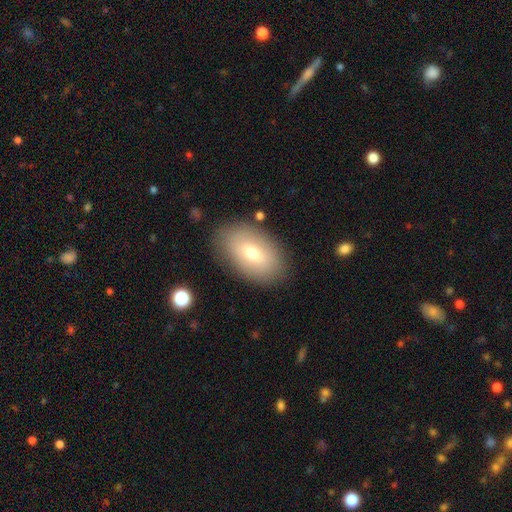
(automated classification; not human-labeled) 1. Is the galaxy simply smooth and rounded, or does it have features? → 67% smooth, 25% featured or disk, 9% star or artifact.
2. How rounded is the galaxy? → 92% in between, 6% round, 2% cigar-shaped.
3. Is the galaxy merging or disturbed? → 85% none, 10% minor disturbance, 3% major disturbance, 2% merger.